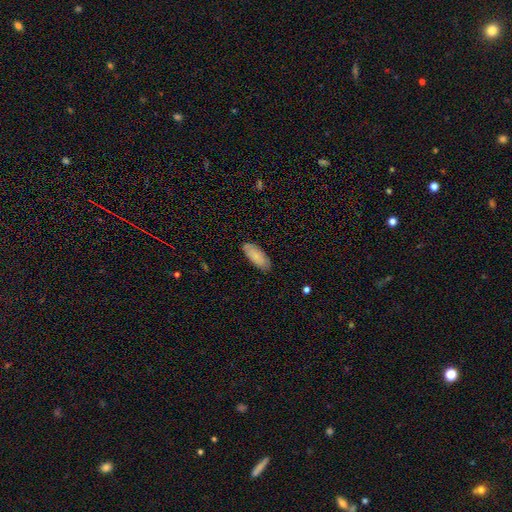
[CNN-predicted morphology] Smooth or featured? Predicted: smooth (p=0.83). How rounded? Predicted: in between (p=0.80). Merging? Predicted: none (p=0.83).